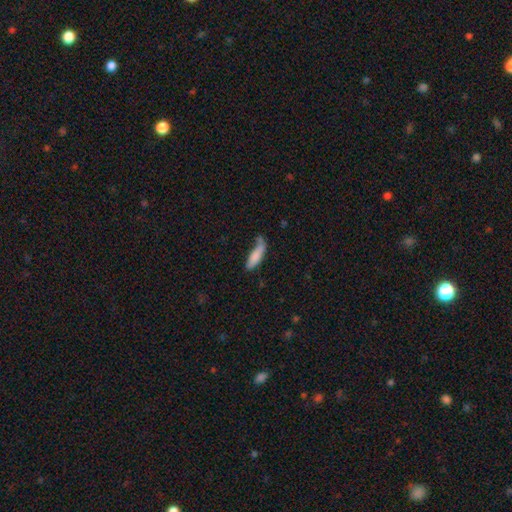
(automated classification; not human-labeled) Morphology: type=smooth (82%); roundness=cigar-shaped (57%); merging=none (51%).